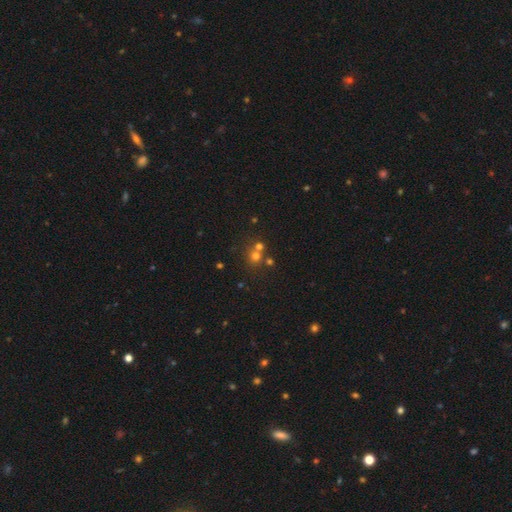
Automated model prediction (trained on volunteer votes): Smooth or featured: smooth — 64% (star or artifact — 23%)
How rounded: round — 87% (in between — 13%)
Merging: none — 53% (merger — 38%)